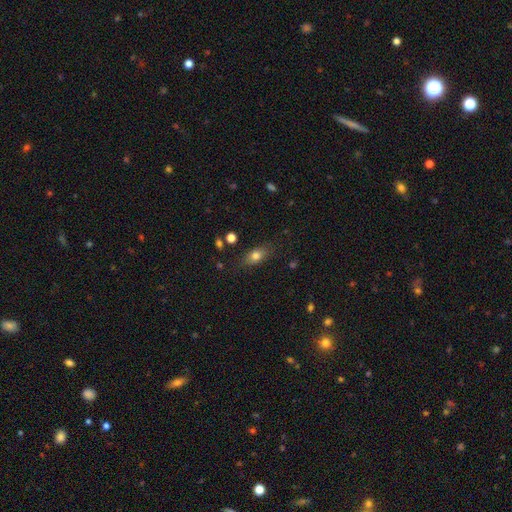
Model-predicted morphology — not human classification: This appears to be a smooth galaxy with no disk features (76%) that is in between round and cigar-shaped (76%). Merging: none (78%).